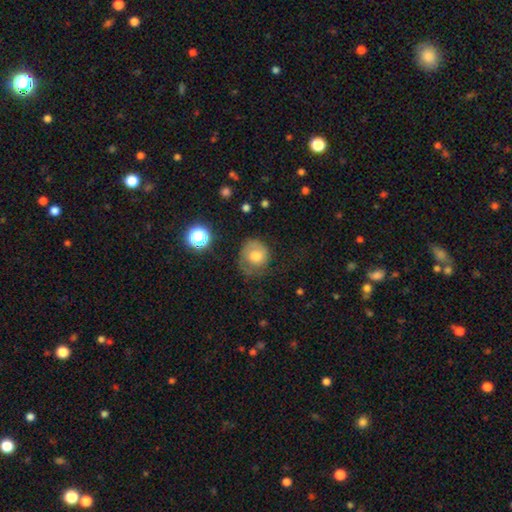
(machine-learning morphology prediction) type=smooth (66%); roundness=round (76%); merging=none (47%).